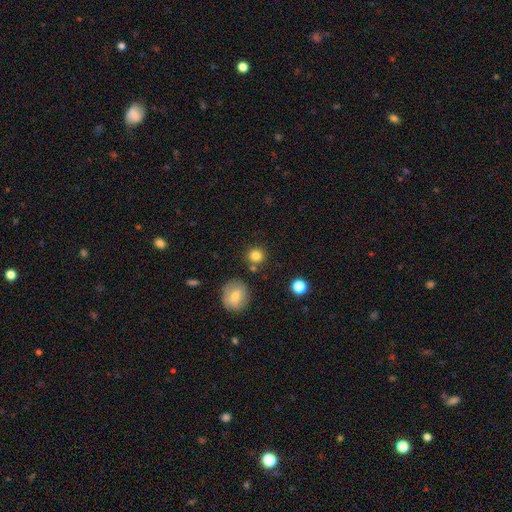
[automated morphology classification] smooth-or-featured: smooth: 82% | star or artifact: 12% | featured or disk: 6%
  how-rounded: round: 91% | in between: 8% | cigar-shaped: 1%
  merging: none: 81% | minor disturbance: 8% | merger: 8% | major disturbance: 3%